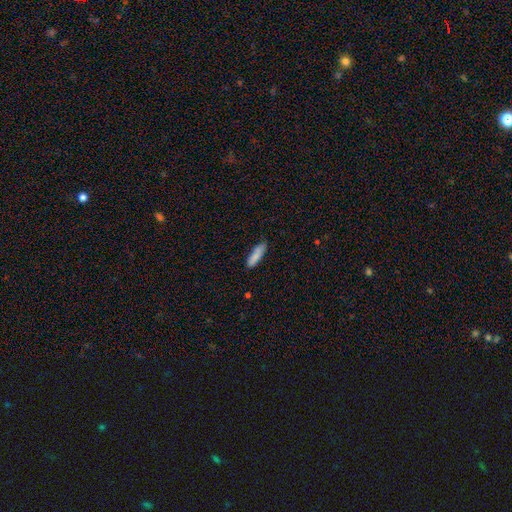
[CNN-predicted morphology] smooth_or_featured: smooth (p=0.86) [alt: featured or disk p=0.08]
how_rounded: cigar-shaped (p=0.56) [alt: in between p=0.42]
merging: none (p=0.80) [alt: minor disturbance p=0.15]